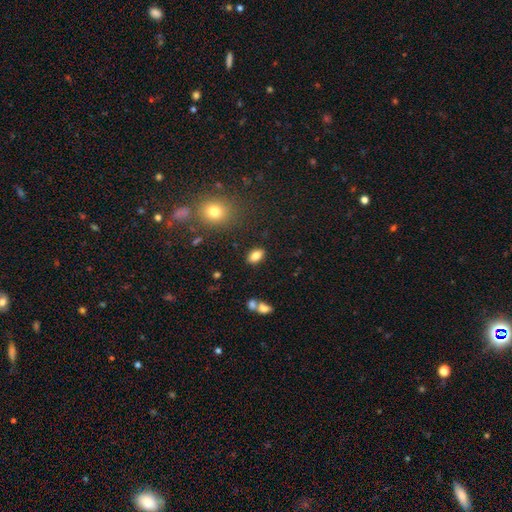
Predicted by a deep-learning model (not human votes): Overall: smooth (84%). How rounded: in between (89%). Merging: none (86%).